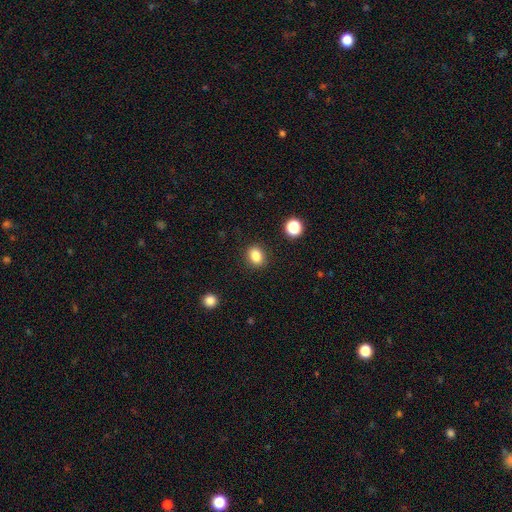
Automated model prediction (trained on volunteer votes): A smooth galaxy with no disk features (85%) that is in between round and cigar-shaped (54%).

Vote fractions:
- Smooth or featured? smooth: 85% / star or artifact: 11% / featured or disk: 4%
- How rounded? in between: 54% / round: 45% / cigar-shaped: 1%
- Merging? none: 88% / minor disturbance: 8% / major disturbance: 3% / merger: 2%